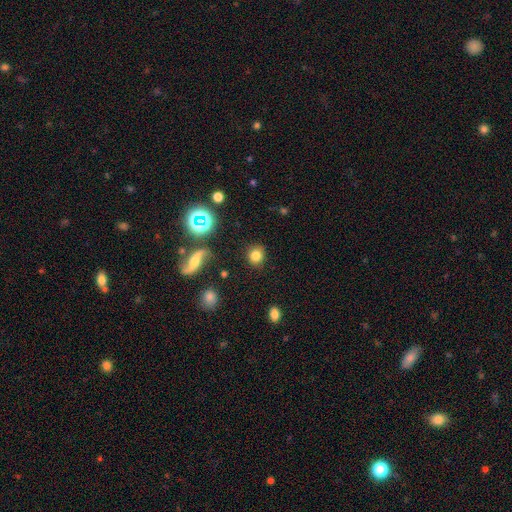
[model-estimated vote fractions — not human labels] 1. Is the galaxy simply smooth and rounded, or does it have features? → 76% smooth, 14% star or artifact, 10% featured or disk.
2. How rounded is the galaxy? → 86% round, 13% in between, 1% cigar-shaped.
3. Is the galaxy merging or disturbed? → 88% none, 7% minor disturbance, 3% major disturbance, 2% merger.